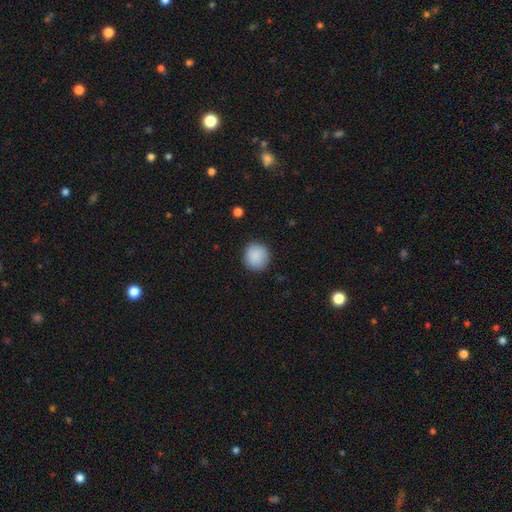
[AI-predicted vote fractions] Morphology: type=smooth (89%); roundness=round (91%); merging=none (90%).